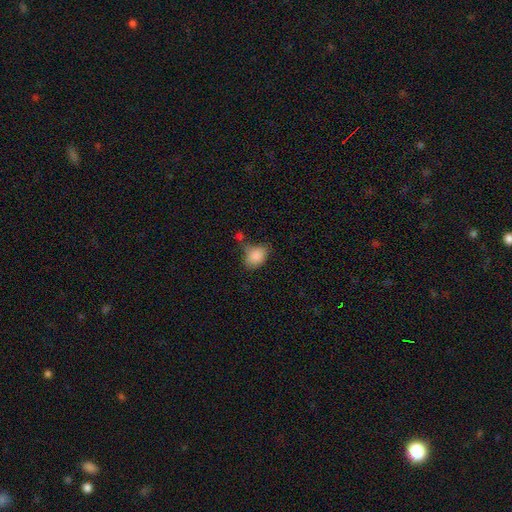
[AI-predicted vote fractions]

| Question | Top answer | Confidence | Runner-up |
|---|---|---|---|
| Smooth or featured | smooth | 87% | star or artifact (8%) |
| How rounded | in between | 75% | round (23%) |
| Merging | none | 53% | minor disturbance (27%) |